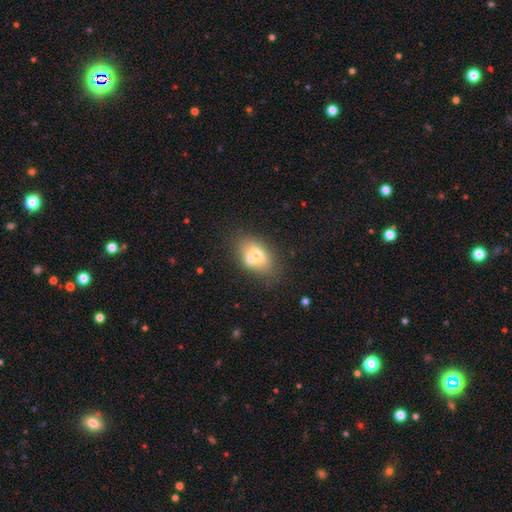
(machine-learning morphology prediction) type=smooth (59%); roundness=in between (78%); merging=none (45%).